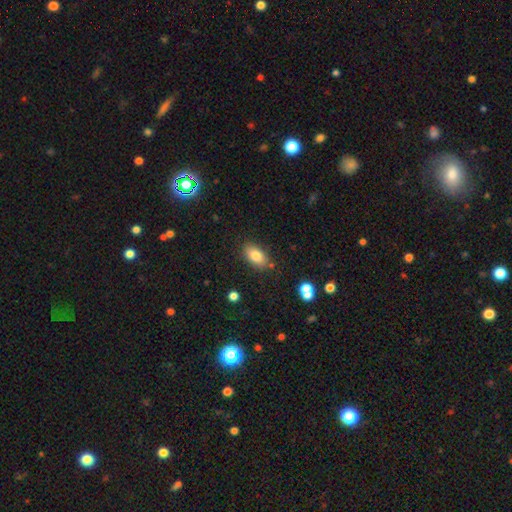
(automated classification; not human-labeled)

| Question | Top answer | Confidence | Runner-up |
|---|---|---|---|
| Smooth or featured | smooth | 82% | featured or disk (10%) |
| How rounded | in between | 90% | round (8%) |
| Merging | none | 82% | minor disturbance (12%) |